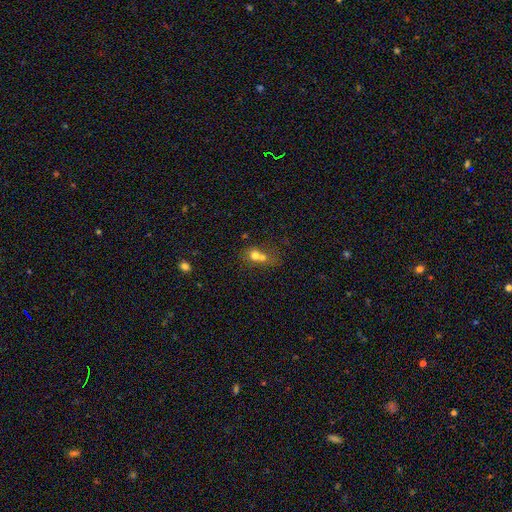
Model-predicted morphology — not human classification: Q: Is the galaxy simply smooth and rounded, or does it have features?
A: smooth — 67%.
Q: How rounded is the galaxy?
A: round — 73%.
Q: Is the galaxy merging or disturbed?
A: merger — 68%.